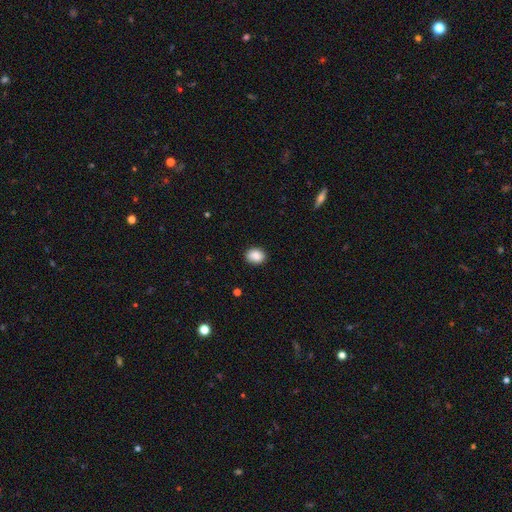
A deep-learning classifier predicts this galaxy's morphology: A smooth galaxy with no disk features (87%) that is in between round and cigar-shaped (53%). Merging: none (85%).